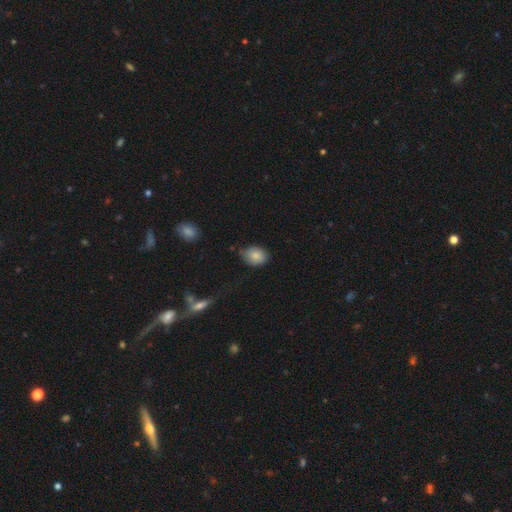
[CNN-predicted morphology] smooth-or-featured: smooth: 85% | star or artifact: 8% | featured or disk: 7%
  how-rounded: in between: 69% | round: 30% | cigar-shaped: 1%
  merging: none: 70% | minor disturbance: 23% | major disturbance: 4% | merger: 3%